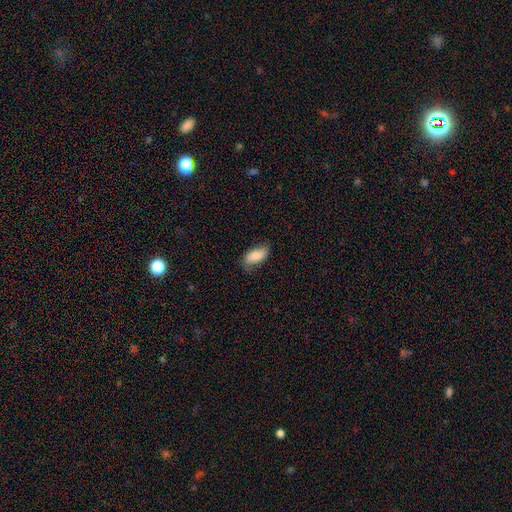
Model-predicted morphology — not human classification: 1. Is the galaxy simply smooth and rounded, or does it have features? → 79% smooth, 14% featured or disk, 6% star or artifact.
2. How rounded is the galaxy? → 92% in between, 5% cigar-shaped, 3% round.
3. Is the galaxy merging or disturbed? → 69% none, 25% minor disturbance, 5% major disturbance, 1% merger.